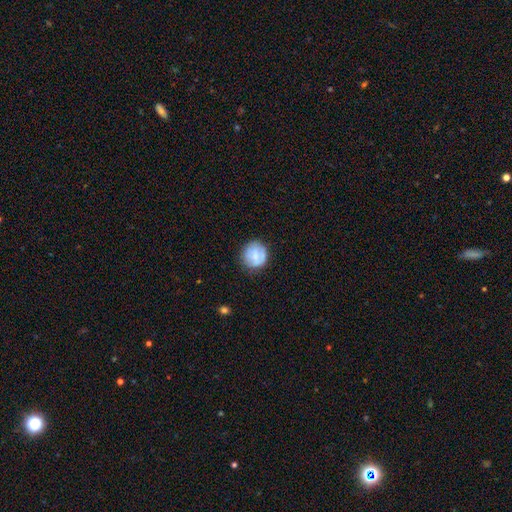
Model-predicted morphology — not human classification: smooth-or-featured: smooth: 72% | featured or disk: 19% | star or artifact: 8%
  how-rounded: round: 89% | in between: 10% | cigar-shaped: 1%
  merging: none: 78% | minor disturbance: 16% | major disturbance: 4% | merger: 2%